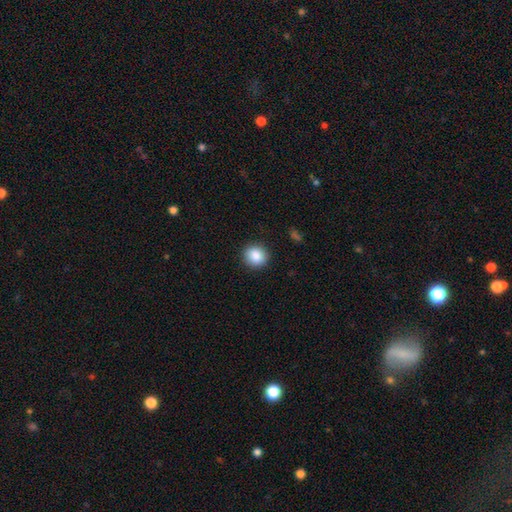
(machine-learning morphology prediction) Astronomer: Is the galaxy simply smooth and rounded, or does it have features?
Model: smooth — 87%.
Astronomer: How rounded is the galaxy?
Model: round — 86%.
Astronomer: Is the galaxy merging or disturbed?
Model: none — 90%.